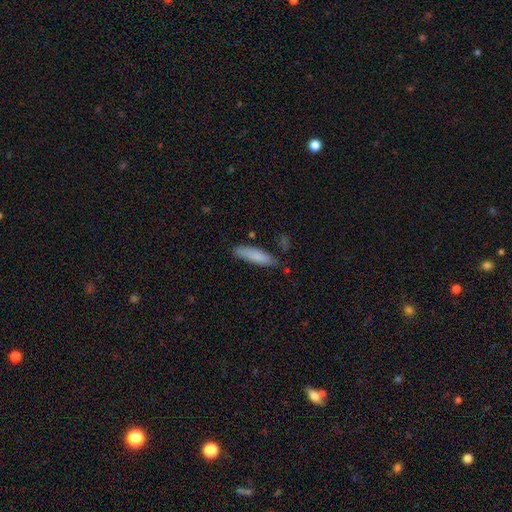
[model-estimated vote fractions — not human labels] Q: Smooth or featured?
A: smooth (83%); runner-up: featured or disk (11%)
Q: How rounded?
A: cigar-shaped (70%); runner-up: in between (28%)
Q: Merging?
A: none (77%); runner-up: minor disturbance (16%)